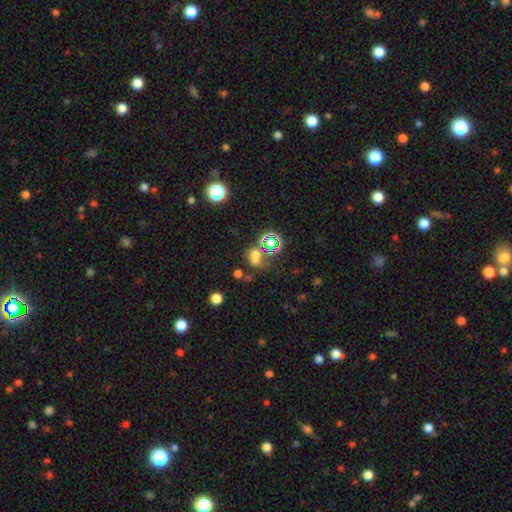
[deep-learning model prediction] This is possibly a smooth galaxy (49%). Merging: possibly none (46%).